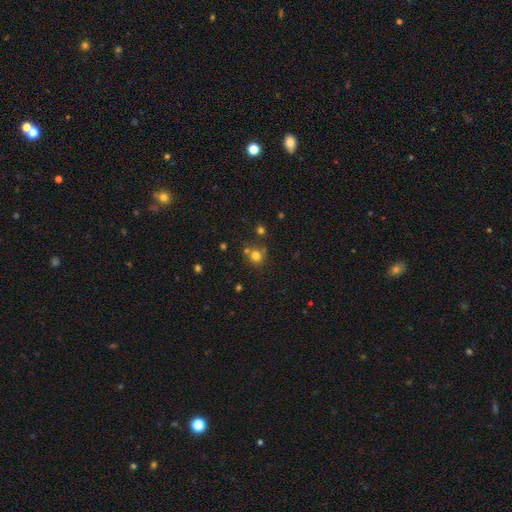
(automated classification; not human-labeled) A smooth galaxy with no disk features (75%) that is round (90%).

Vote fractions:
- Smooth or featured? smooth: 75% / star or artifact: 17% / featured or disk: 8%
- How rounded? round: 90% / in between: 9% / cigar-shaped: 1%
- Merging? none: 66% / merger: 20% / minor disturbance: 10% / major disturbance: 4%